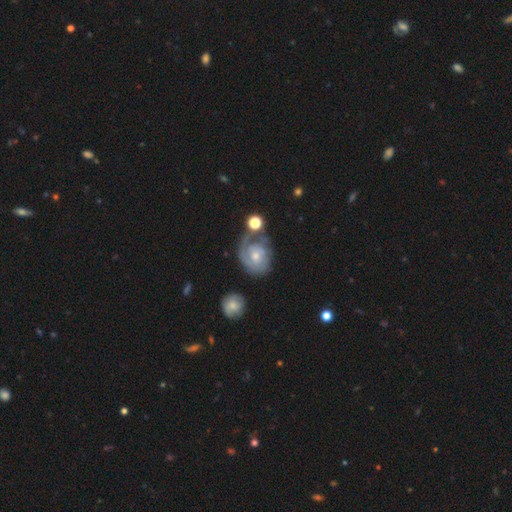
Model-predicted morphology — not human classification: Smooth or featured? featured or disk (71%)
Edge-on disk? no (97%)
Bar? no (72%)
Spiral arms? yes (87%)
Spiral winding? tight (60%)
Spiral arm count? 1 (42%)
Bulge size? moderate (49%)
Merging? none (45%)